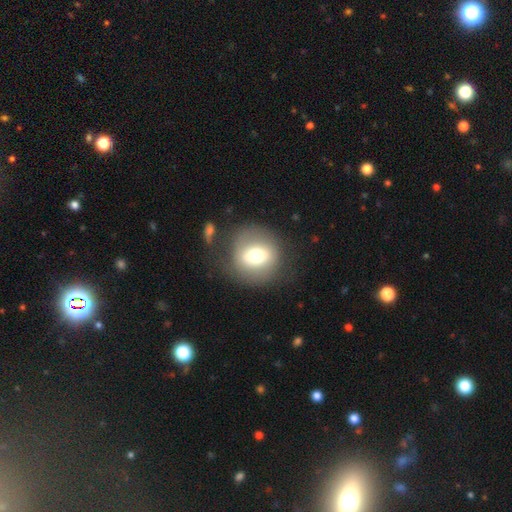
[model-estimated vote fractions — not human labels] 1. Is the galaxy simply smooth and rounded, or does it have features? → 63% smooth, 28% featured or disk, 9% star or artifact.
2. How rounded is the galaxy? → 89% round, 10% in between, 1% cigar-shaped.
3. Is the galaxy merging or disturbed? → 70% none, 15% minor disturbance, 11% major disturbance, 4% merger.